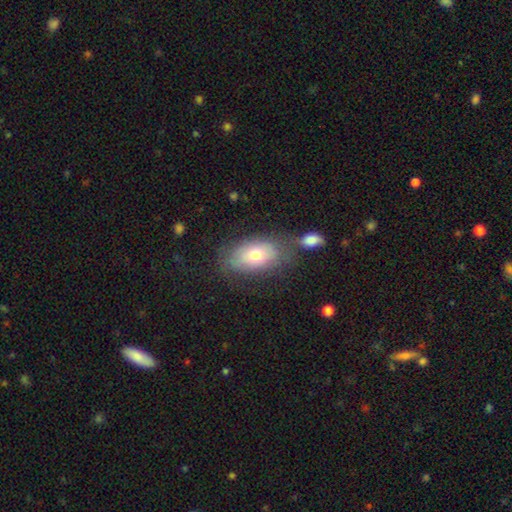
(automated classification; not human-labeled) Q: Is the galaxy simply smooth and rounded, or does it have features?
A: smooth — 68%.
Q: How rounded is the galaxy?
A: in between — 88%.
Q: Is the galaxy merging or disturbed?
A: none — 59%.